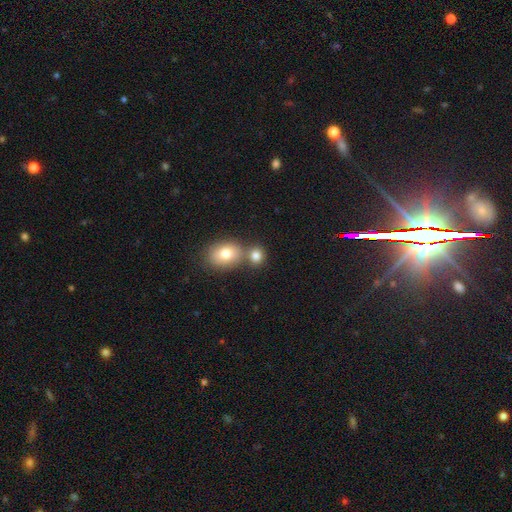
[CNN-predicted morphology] type=smooth (81%); roundness=round (71%); merging=none (52%).